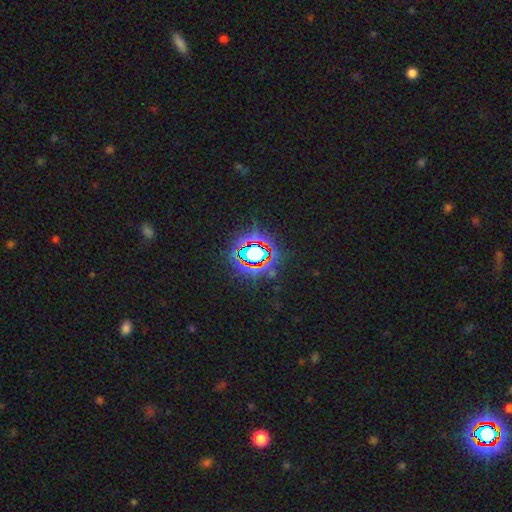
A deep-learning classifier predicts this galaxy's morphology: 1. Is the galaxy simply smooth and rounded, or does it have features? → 79% star or artifact, 12% smooth, 9% featured or disk.